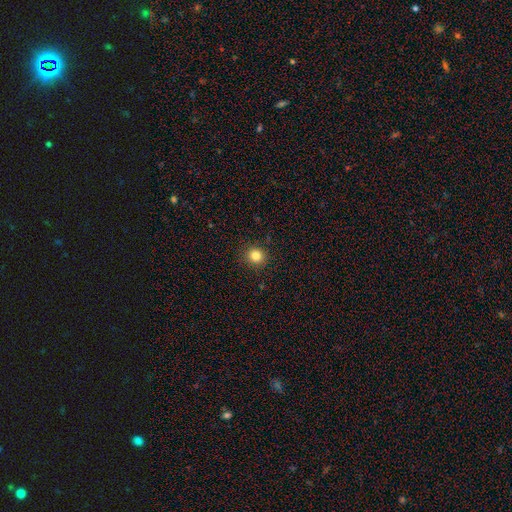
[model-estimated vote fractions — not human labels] A smooth galaxy with no disk features (83%) that is round (90%). Merging: none (91%).